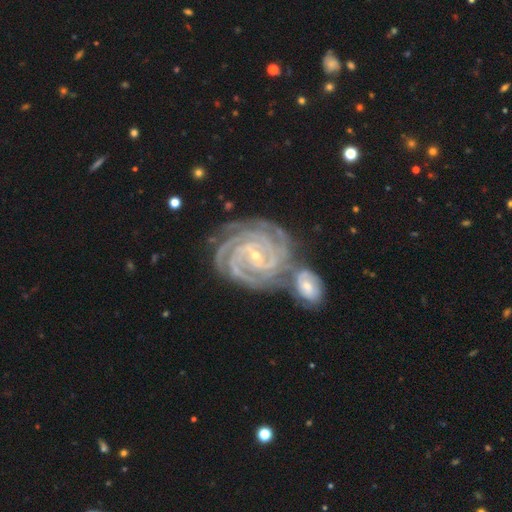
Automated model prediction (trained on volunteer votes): Smooth or featured? featured or disk (93%)
Edge-on disk? no (98%)
Bar? no (38%)
Spiral arms? yes (99%)
Spiral winding? tight (86%)
Spiral arm count? 4 (37%)
Bulge size? small (82%)
Merging? none (51%)